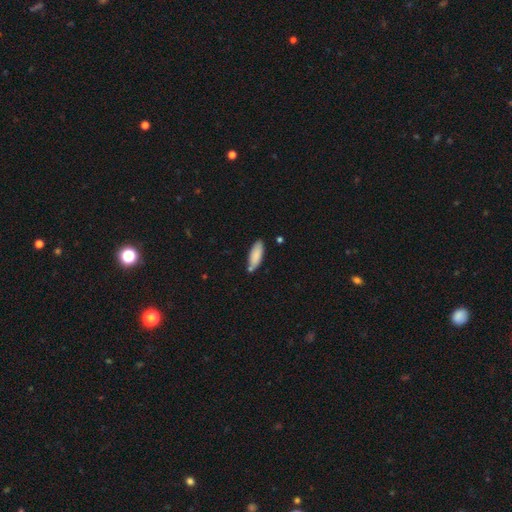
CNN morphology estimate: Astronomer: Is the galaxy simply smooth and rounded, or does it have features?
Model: smooth — 86%.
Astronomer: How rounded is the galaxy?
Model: in between — 67%.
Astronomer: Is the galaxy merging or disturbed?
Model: none — 71%.